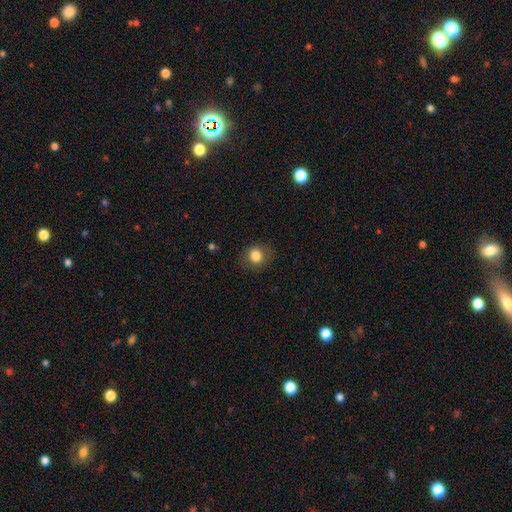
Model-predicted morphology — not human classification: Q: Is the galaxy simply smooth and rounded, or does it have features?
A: smooth — 81%.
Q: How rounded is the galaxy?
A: round — 72%.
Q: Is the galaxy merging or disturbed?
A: none — 80%.